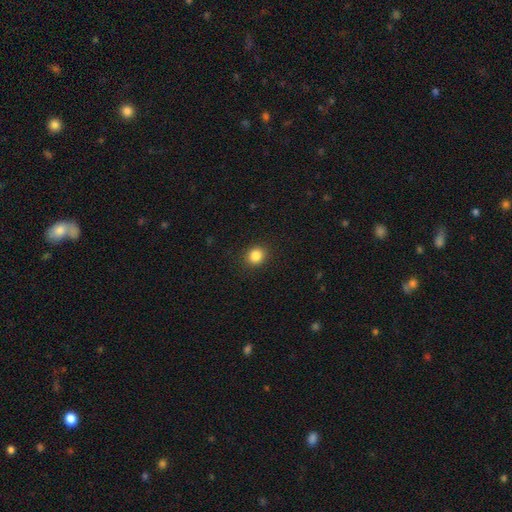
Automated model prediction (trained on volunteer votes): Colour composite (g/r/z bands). It shows a smooth galaxy with no disk features (85%) that is round (78%). Merging: none (90%).